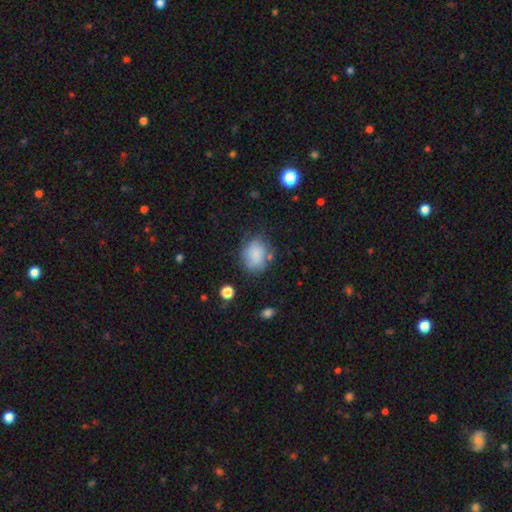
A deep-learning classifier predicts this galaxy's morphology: Smooth or featured? smooth (73%)
How rounded? in between (50%)
Merging? none (61%)